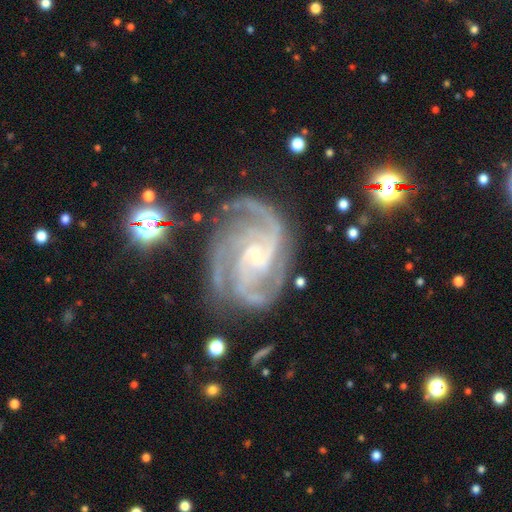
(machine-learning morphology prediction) A featured or disk galaxy (92%) with no bar (56%), 3 (37%) tight (49%) spiral arms (98%) and a small central bulge (82%). Merging: none (71%).